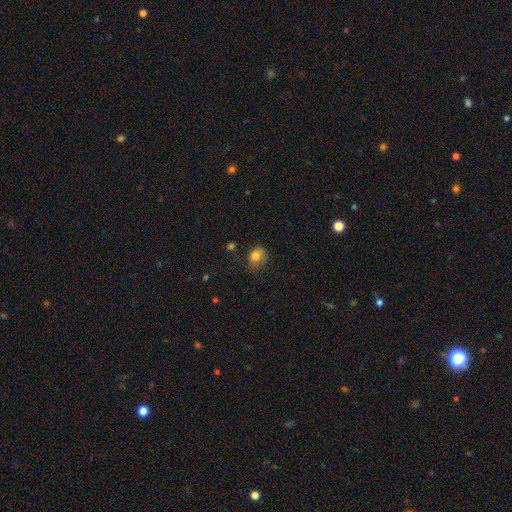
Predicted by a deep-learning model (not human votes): A smooth galaxy with no disk features (81%) that is round (62%). Merging: none (57%).